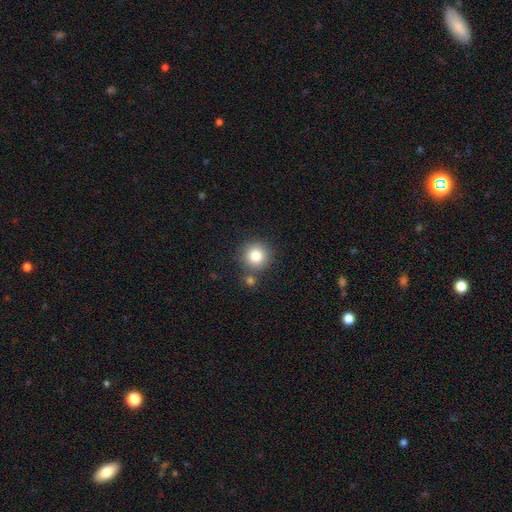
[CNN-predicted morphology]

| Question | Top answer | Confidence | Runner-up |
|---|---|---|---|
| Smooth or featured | smooth | 83% | star or artifact (10%) |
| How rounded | round | 93% | in between (6%) |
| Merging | none | 76% | merger (12%) |